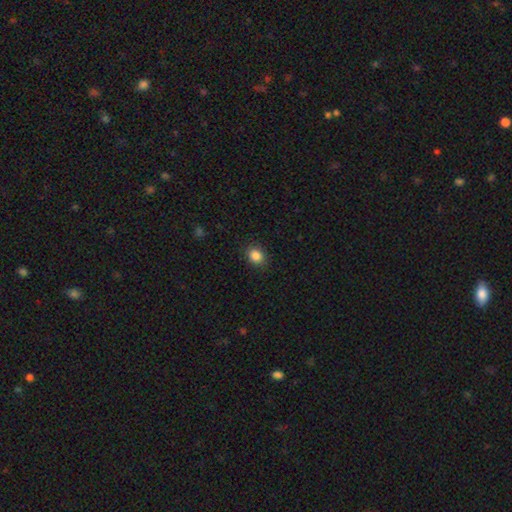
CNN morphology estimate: smooth_or_featured: smooth (p=0.86) [alt: star or artifact p=0.10]
how_rounded: round (p=0.55) [alt: in between p=0.44]
merging: none (p=0.88) [alt: minor disturbance p=0.08]